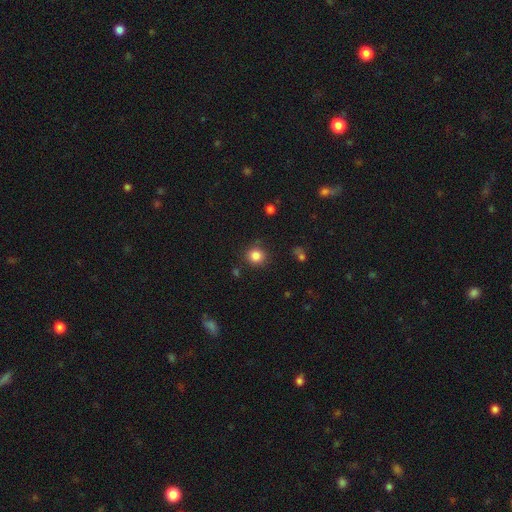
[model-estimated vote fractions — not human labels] This is clearly a smooth galaxy (84%). How rounded: clearly round (89%). Merging: clearly none (85%).